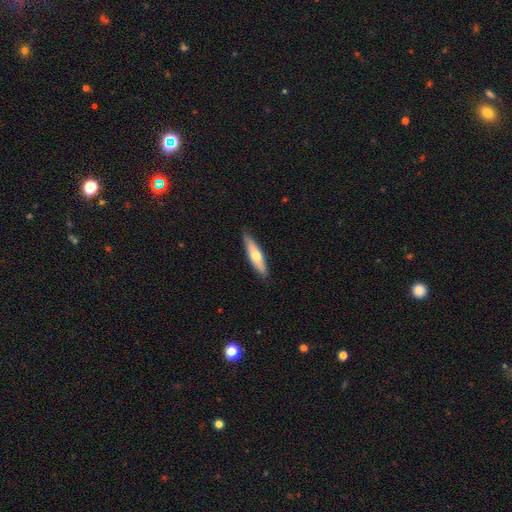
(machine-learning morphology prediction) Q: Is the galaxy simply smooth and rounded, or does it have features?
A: smooth — 53%.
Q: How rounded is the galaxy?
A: cigar-shaped — 73%.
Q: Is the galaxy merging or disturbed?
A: none — 87%.